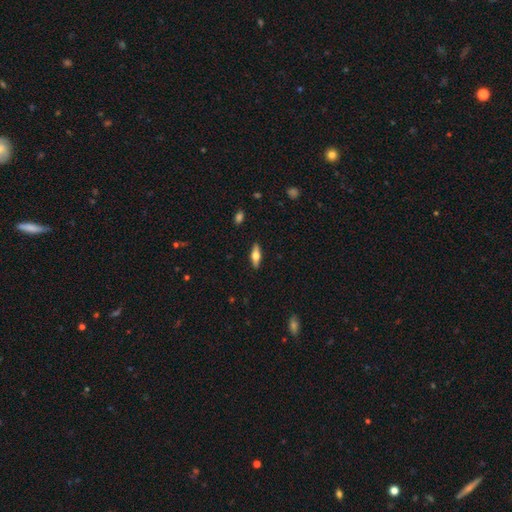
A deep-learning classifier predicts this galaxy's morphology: Overall: featured or disk (49%; smooth 45%). Merging: none (90%).